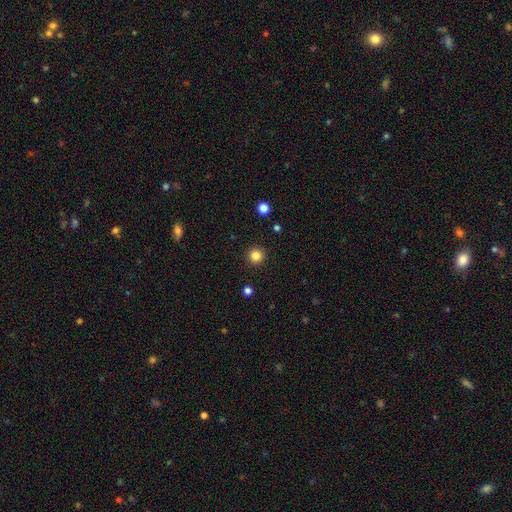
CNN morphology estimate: Q: Smooth or featured?
A: smooth (84%); runner-up: star or artifact (12%)
Q: How rounded?
A: round (95%); runner-up: in between (4%)
Q: Merging?
A: none (93%); runner-up: minor disturbance (5%)